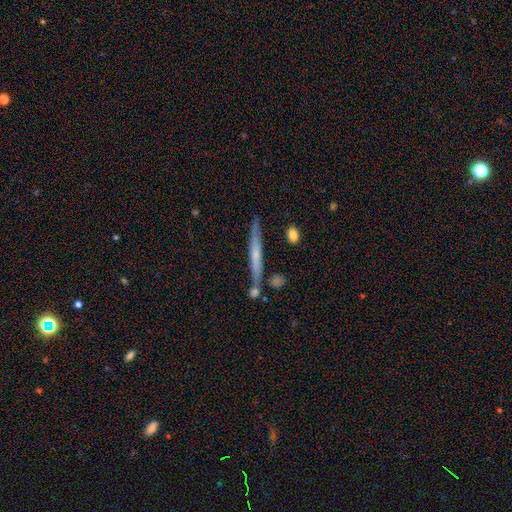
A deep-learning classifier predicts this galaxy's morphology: featured or disk 51%, smooth 42%, star or artifact 7%. Down the decision tree: edge-on disk — yes (94%); merging — none (78%).